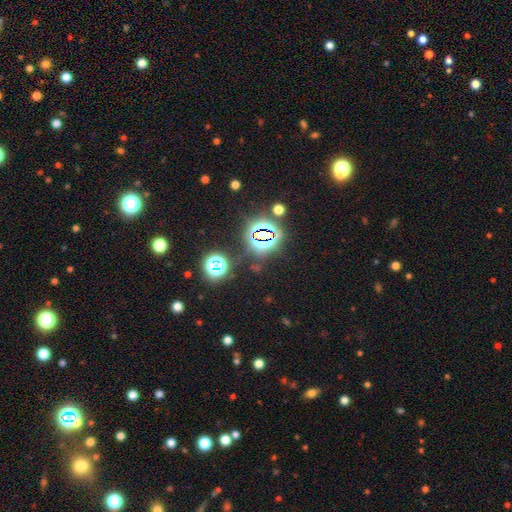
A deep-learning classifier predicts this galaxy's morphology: Smooth or featured? star or artifact (79%)